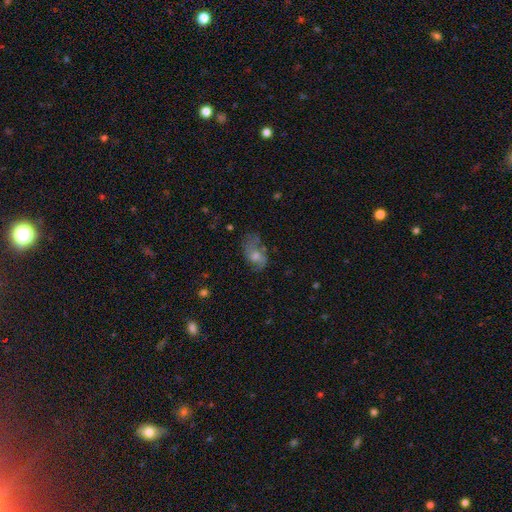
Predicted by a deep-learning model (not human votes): The model was most divided on "smooth or featured": featured or disk: 50%, smooth: 37%, star or artifact: 13%. Remaining: merging — none (48%).